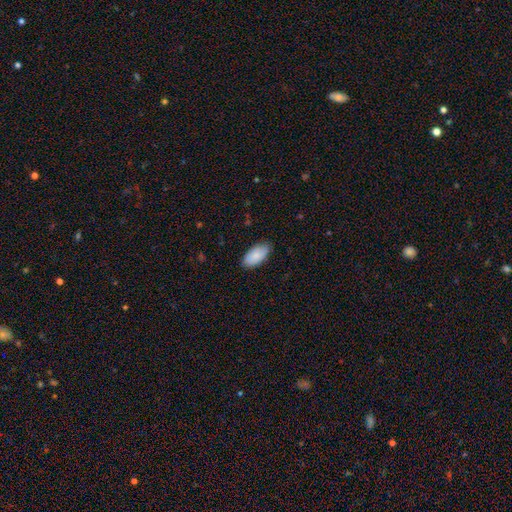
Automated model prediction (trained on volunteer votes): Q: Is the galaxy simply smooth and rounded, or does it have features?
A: smooth — 86%.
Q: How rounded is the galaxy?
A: in between — 94%.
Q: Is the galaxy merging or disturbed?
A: none — 83%.